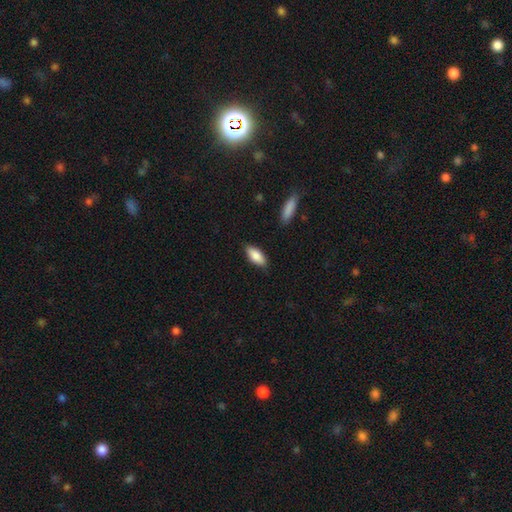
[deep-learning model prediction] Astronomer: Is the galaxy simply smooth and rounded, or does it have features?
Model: smooth — 86%.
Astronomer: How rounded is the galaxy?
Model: in between — 83%.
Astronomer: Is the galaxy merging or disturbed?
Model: none — 85%.